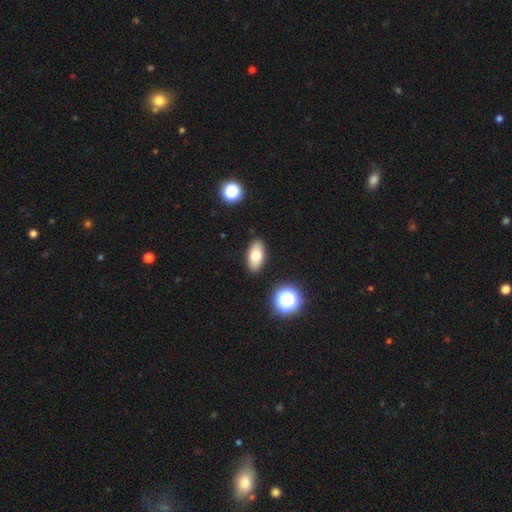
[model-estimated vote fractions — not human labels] A smooth galaxy with no disk features (75%) that is in between round and cigar-shaped (90%). Merging: none (89%).